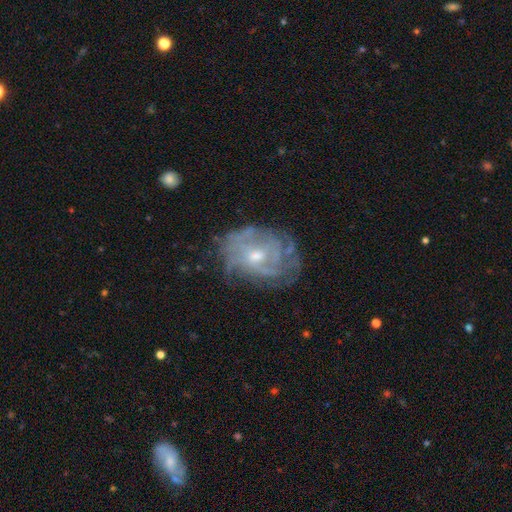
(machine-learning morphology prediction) Smooth or featured?
  - featured or disk: 77% *
  - smooth: 14%
  - star or artifact: 9%
Edge-on disk?
  - no: 96% *
  - yes: 4%
Bar?
  - no: 63% *
  - weak: 31%
  - strong: 5%
Spiral arms?
  - yes: 76% *
  - no: 24%
Spiral winding?
  - tight: 59% *
  - medium: 29%
  - loose: 13%
Spiral arm count?
  - can't tell: 58% *
  - 2: 11%
  - 3: 11%
  - 4: 10%
  - more than 4: 6%
  - 1: 5%
Bulge size?
  - moderate: 52% *
  - small: 44%
  - large: 2%
  - none: 2%
  - dominant: 1%
Merging?
  - none: 64% *
  - minor disturbance: 22%
  - major disturbance: 12%
  - merger: 2%